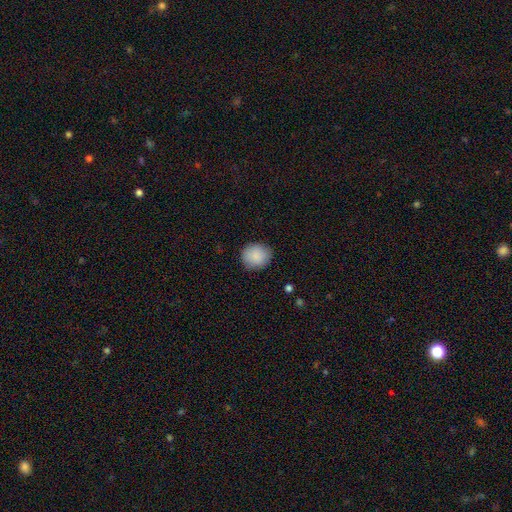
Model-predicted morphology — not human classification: Smooth or featured: smooth — 89% (star or artifact — 7%)
How rounded: round — 84% (in between — 15%)
Merging: none — 88% (minor disturbance — 9%)